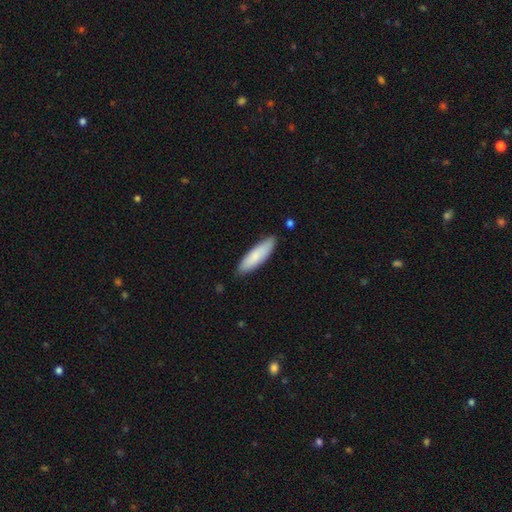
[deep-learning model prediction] Smooth or featured?
  - smooth: 82% *
  - featured or disk: 12%
  - star or artifact: 6%
How rounded?
  - cigar-shaped: 63% *
  - in between: 36%
  - round: 1%
Merging?
  - none: 86% *
  - minor disturbance: 11%
  - major disturbance: 2%
  - merger: 2%